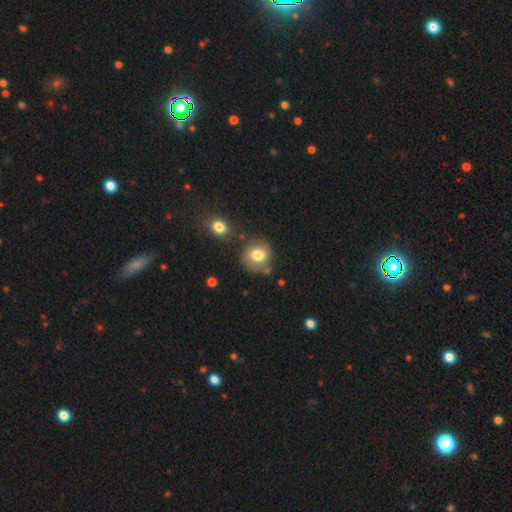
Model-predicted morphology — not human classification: This appears to be a smooth galaxy with no disk features (76%) that is round (82%). Merging: none (70%).